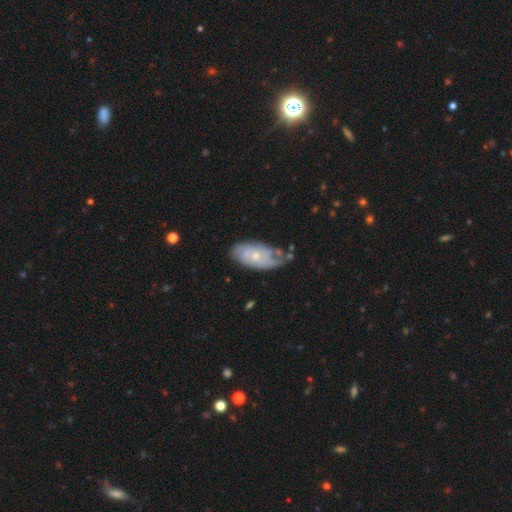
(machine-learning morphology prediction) Overall: featured or disk (67%; smooth 27%). Edge-on disk: no (94%). Bar: no (73%). Spiral arms: yes (82%). Spiral arm count: can't tell (48%; 2 27%). Spiral winding: tight (52%; medium 34%). Bulge size: small (55%; moderate 39%). Merging: none (50%; minor disturbance 33%).